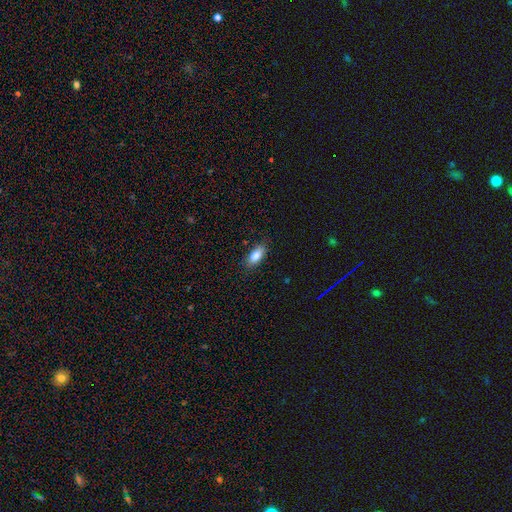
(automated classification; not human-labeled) This is clearly a smooth galaxy (84%). How rounded: clearly in between (86%). Merging: clearly none (85%).